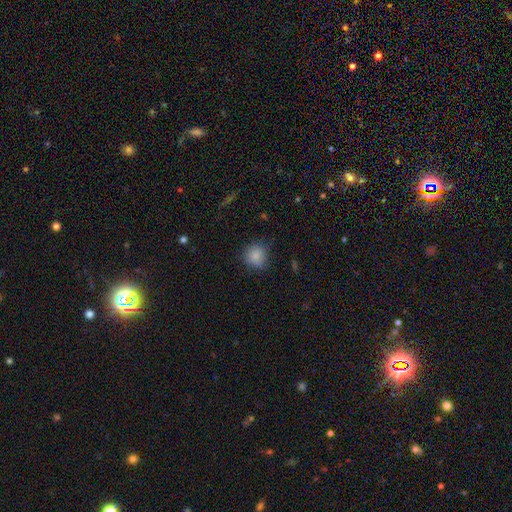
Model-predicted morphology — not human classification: Q: Smooth or featured?
A: smooth (85%); runner-up: star or artifact (9%)
Q: How rounded?
A: round (85%); runner-up: in between (14%)
Q: Merging?
A: none (72%); runner-up: minor disturbance (22%)